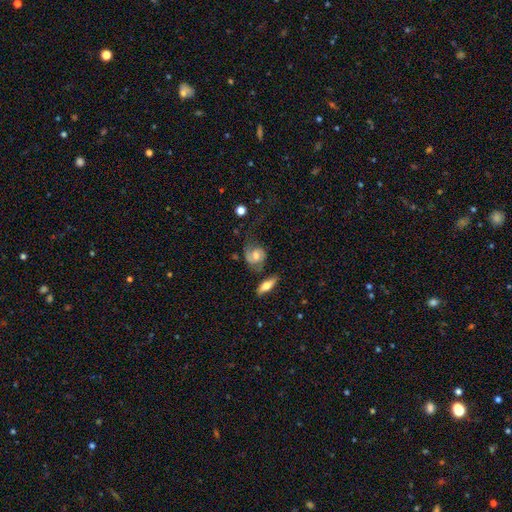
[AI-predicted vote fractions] A featured or disk galaxy (62%) with no bar (66%), 2 (68%) medium (41%) spiral arms (87%) and a moderate central bulge (63%). Merging: none (48%).